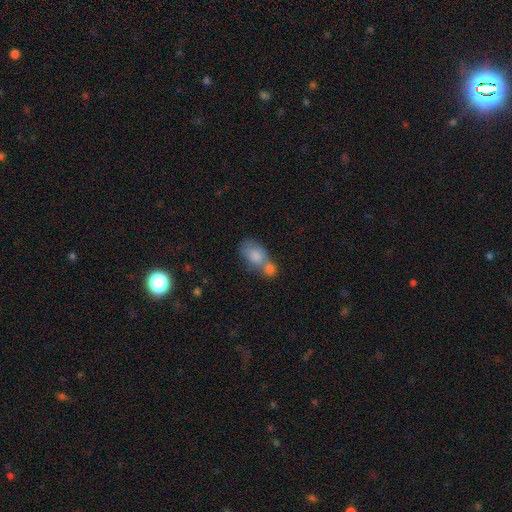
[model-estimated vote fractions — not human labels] Overall: smooth (79%). How rounded: in between (84%). Merging: merger (63%).